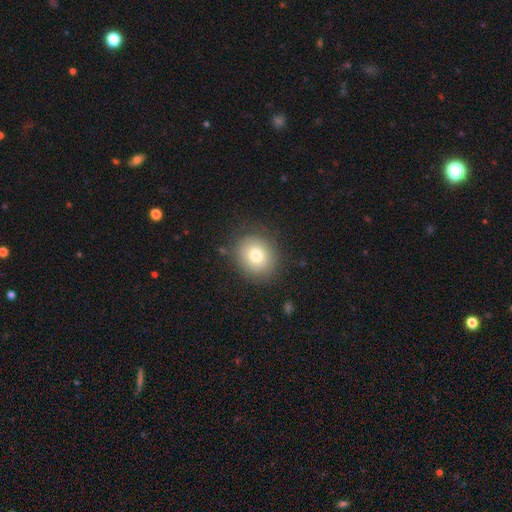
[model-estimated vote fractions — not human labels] A smooth galaxy with no disk features (74%) that is round (75%).

Vote fractions:
- Smooth or featured? smooth: 74% / featured or disk: 15% / star or artifact: 11%
- How rounded? round: 75% / in between: 24% / cigar-shaped: 1%
- Merging? none: 82% / minor disturbance: 11% / major disturbance: 5% / merger: 1%